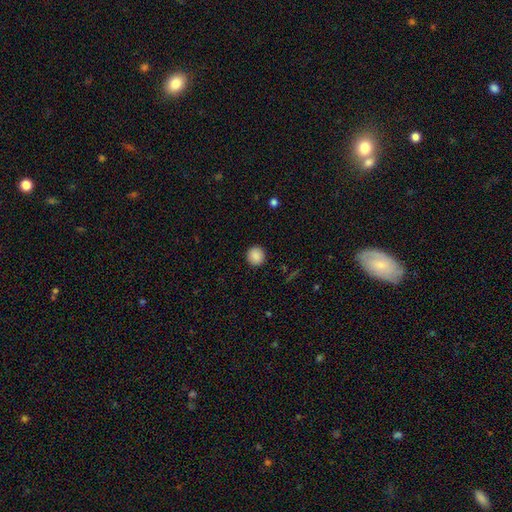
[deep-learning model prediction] The model was most divided on "smooth or featured": smooth: 88%, star or artifact: 9%, featured or disk: 3%. More confident: merging — none (92%); how rounded — round (92%).